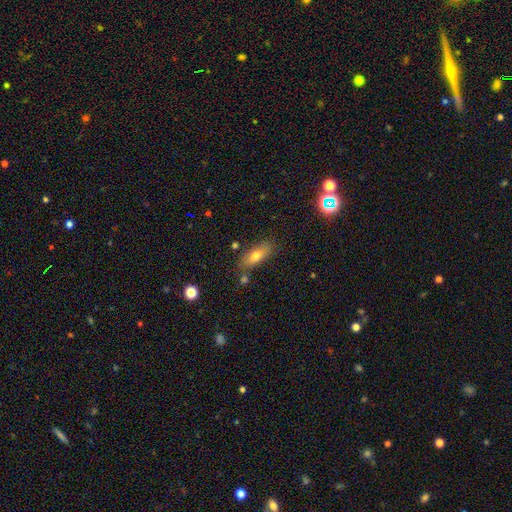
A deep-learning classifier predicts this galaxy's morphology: A smooth galaxy with no disk features (71%) that is in between round and cigar-shaped (72%). Merging: none (76%).